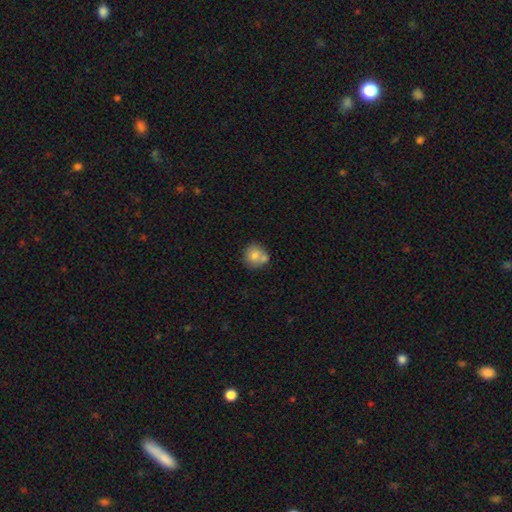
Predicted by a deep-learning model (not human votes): Overall: smooth (76%). How rounded: round (87%). Merging: none (55%; merger 30%).